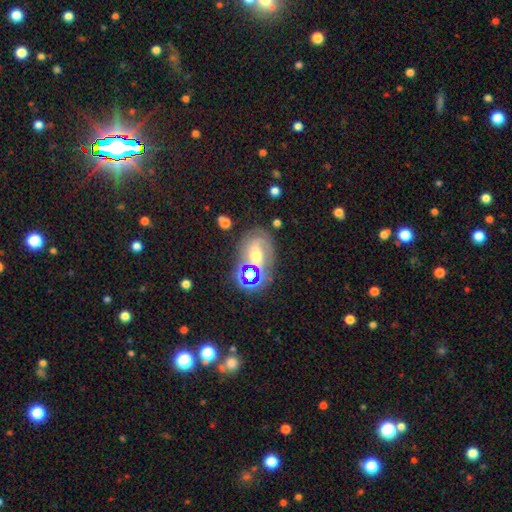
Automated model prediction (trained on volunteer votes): A featured or disk galaxy (50%).

Vote fractions:
- Smooth or featured? featured or disk: 50% / star or artifact: 25% / smooth: 25%
- Merging? none: 62% / minor disturbance: 18% / major disturbance: 10% / merger: 10%